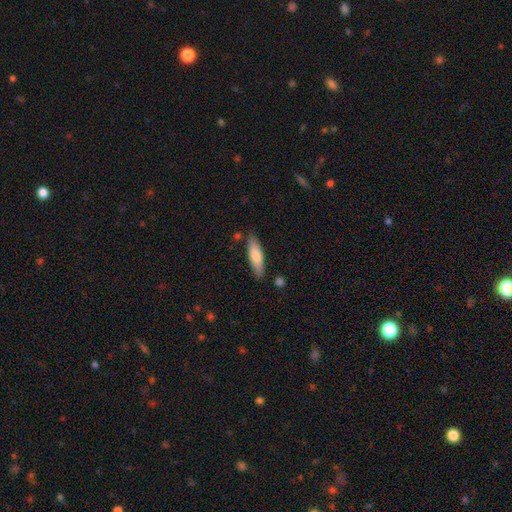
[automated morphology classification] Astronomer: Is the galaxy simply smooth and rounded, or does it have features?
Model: smooth — 72%.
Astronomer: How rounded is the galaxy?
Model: cigar-shaped — 65%.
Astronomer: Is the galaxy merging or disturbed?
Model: none — 82%.